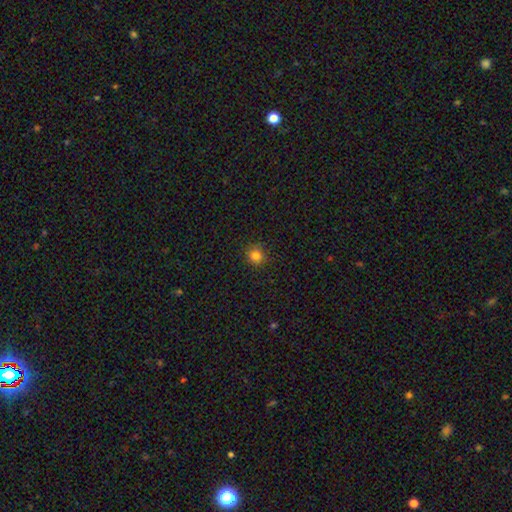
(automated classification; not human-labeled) Smooth or featured? Predicted: smooth (p=0.81). How rounded? Predicted: round (p=0.91). Merging? Predicted: none (p=0.87).